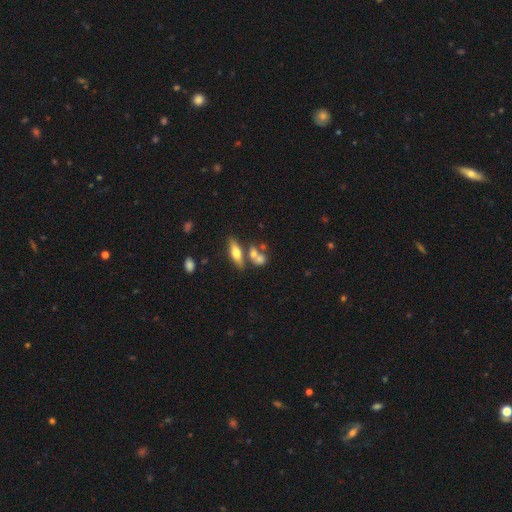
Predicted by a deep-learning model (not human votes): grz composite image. It shows a smooth galaxy with no disk features (60%) that is in between round and cigar-shaped (54%). Merging: none (45%).